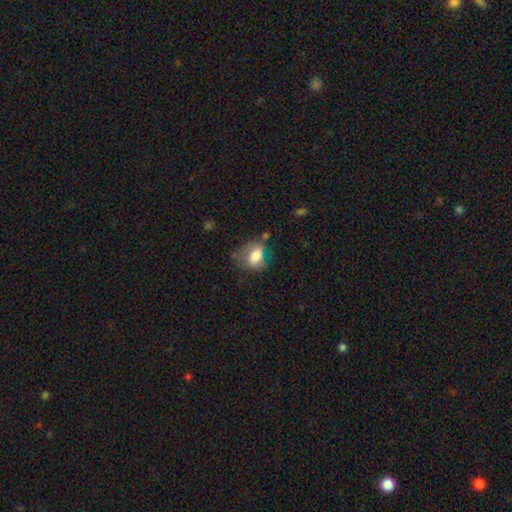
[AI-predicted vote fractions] smooth 74%, featured or disk 18%, star or artifact 9%. Down the decision tree: how rounded — in between (69%); merging — none (43%).